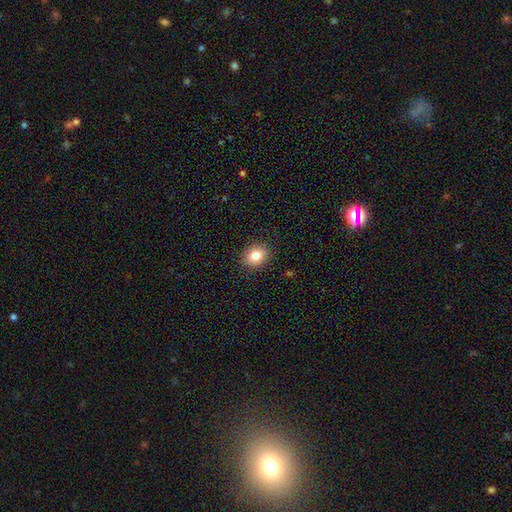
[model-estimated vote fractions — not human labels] This is clearly a smooth galaxy (82%). How rounded: possibly round (59%). Merging: clearly none (89%).